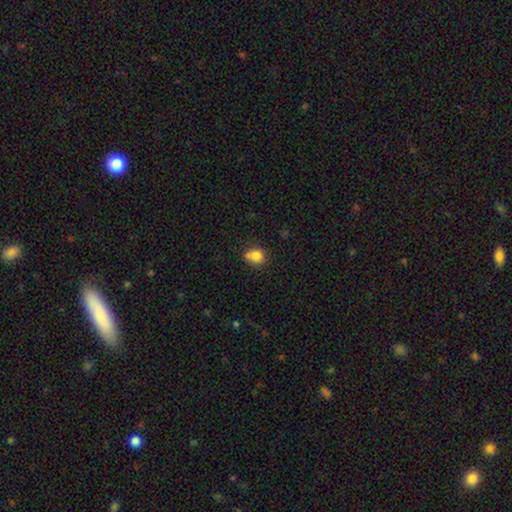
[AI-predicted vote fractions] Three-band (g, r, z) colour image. It shows a smooth galaxy with no disk features (80%) that is round (55%). Merging: none (54%).